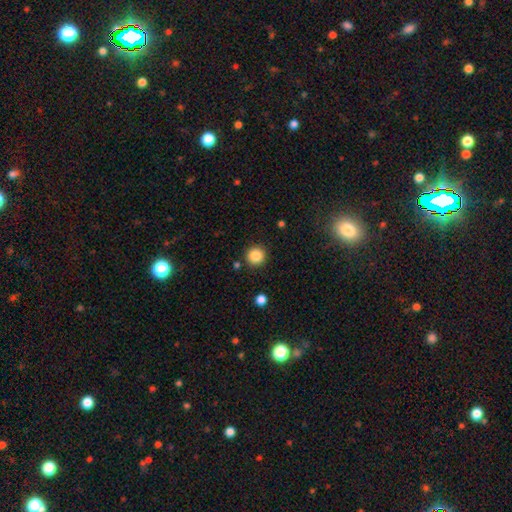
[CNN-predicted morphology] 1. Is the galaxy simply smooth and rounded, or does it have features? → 86% smooth, 10% star or artifact, 4% featured or disk.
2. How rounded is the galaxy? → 95% round, 4% in between, 1% cigar-shaped.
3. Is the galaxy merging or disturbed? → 90% none, 6% minor disturbance, 2% merger, 2% major disturbance.